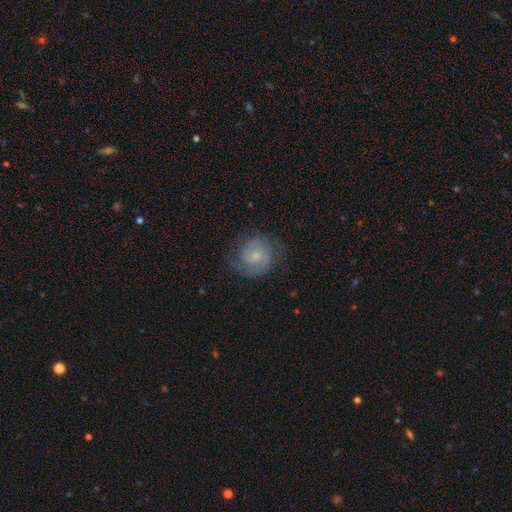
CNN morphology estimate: smooth-or-featured: featured or disk: 69% | smooth: 23% | star or artifact: 7%
  disk-edge-on: no: 98% | yes: 2%
    bar: no: 52% | weak: 42% | strong: 6%
    has-spiral-arms: yes: 92% | no: 8%
      spiral-winding: tight: 46% | medium: 42% | loose: 13%
      spiral-arm-count: 2: 74% | can't tell: 14% | 1: 5% | 3: 4% | 4: 2% | more than 4: 2%
    bulge-size: small: 60% | moderate: 27% | none: 10% | large: 2% | dominant: 1%
  merging: none: 70% | minor disturbance: 19% | major disturbance: 10% | merger: 1%